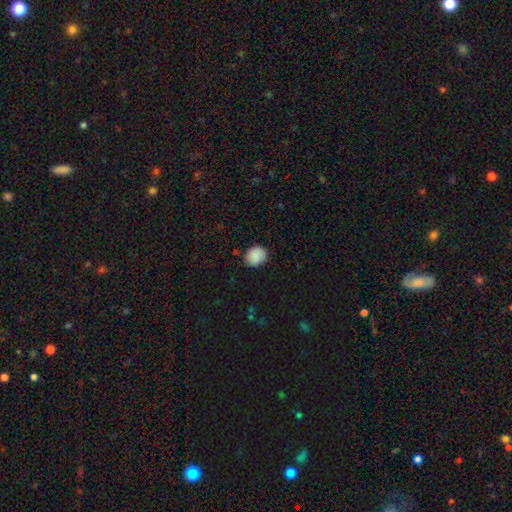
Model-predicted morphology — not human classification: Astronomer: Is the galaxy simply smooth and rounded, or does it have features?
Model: smooth — 87%.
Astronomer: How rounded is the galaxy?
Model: round — 63%.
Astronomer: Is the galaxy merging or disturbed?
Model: none — 82%.